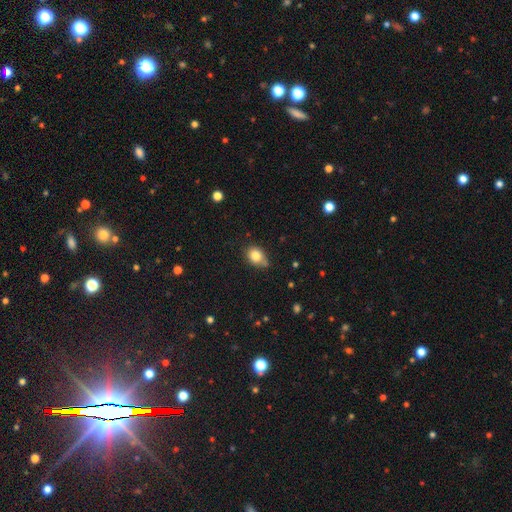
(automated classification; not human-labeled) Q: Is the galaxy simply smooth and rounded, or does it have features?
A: smooth — 82%.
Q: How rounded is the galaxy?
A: in between — 61%.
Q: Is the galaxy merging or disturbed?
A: none — 61%.